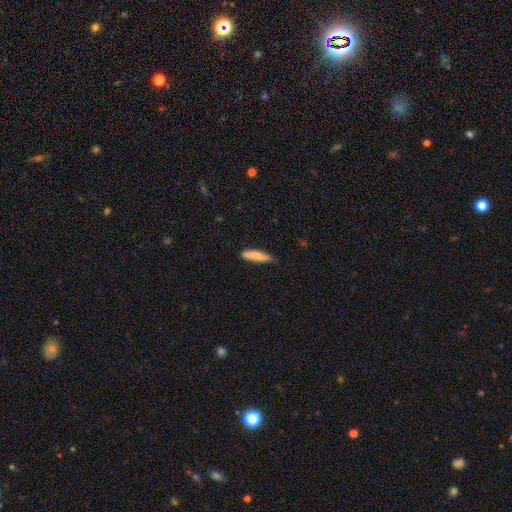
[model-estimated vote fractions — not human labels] smooth_or_featured: smooth (p=0.82) [alt: featured or disk p=0.12]
how_rounded: cigar-shaped (p=0.72) [alt: in between p=0.26]
merging: none (p=0.75) [alt: minor disturbance p=0.21]